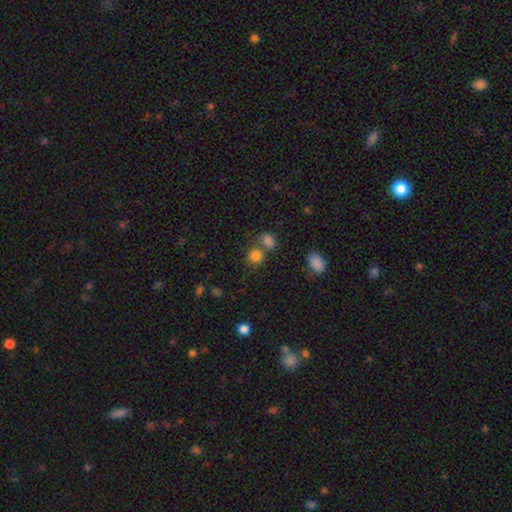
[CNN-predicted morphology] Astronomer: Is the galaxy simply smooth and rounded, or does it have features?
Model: smooth — 80%.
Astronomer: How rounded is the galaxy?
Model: round — 78%.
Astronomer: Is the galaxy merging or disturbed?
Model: none — 55% (runner-up: merger, 31%).